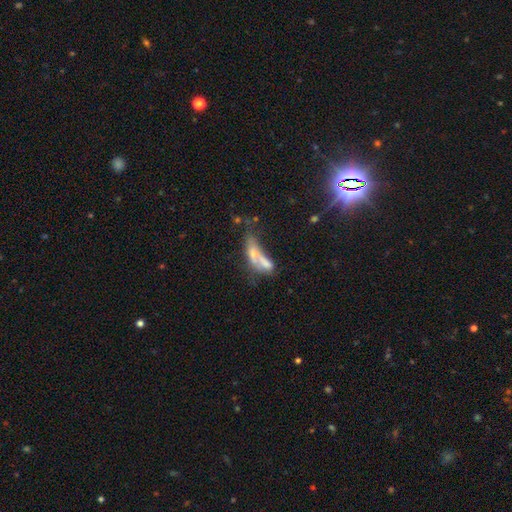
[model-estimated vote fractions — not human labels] smooth-or-featured: smooth: 50% | featured or disk: 37% | star or artifact: 13%
  merging: merger: 52% | none: 19% | major disturbance: 17% | minor disturbance: 12%